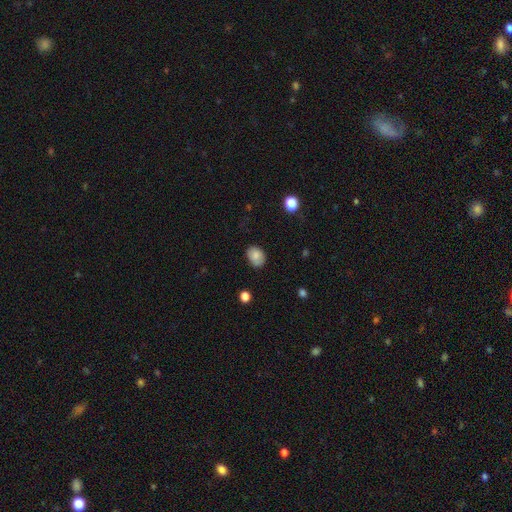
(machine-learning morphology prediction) Q: Smooth or featured?
A: smooth (83%); runner-up: star or artifact (9%)
Q: How rounded?
A: in between (64%); runner-up: round (36%)
Q: Merging?
A: none (74%); runner-up: minor disturbance (20%)